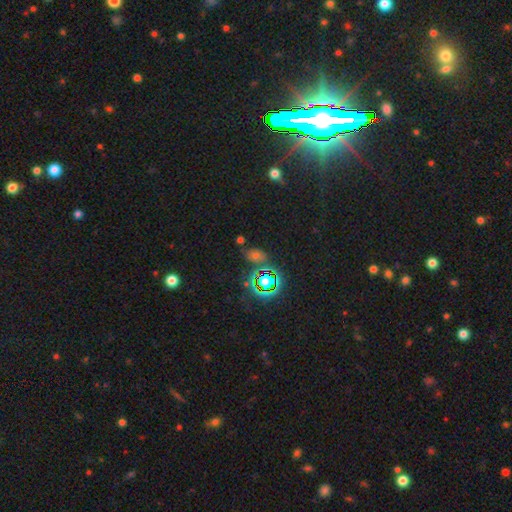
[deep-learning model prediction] Smooth or featured: star or artifact — 49% (smooth — 40%)